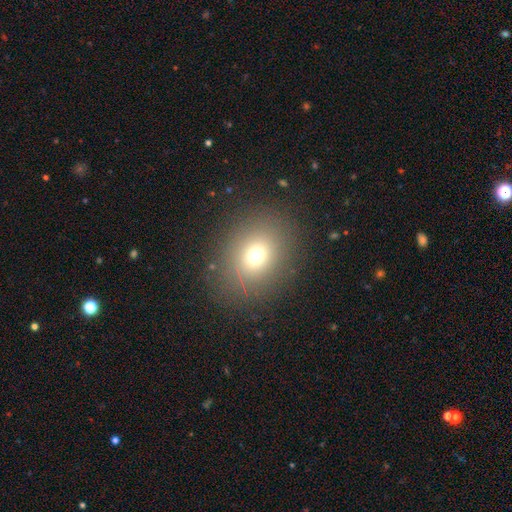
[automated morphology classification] Smooth or featured?
  - smooth: 70% *
  - star or artifact: 17%
  - featured or disk: 13%
How rounded?
  - round: 57% *
  - in between: 42%
  - cigar-shaped: 1%
Merging?
  - none: 85% *
  - minor disturbance: 9%
  - major disturbance: 5%
  - merger: 1%